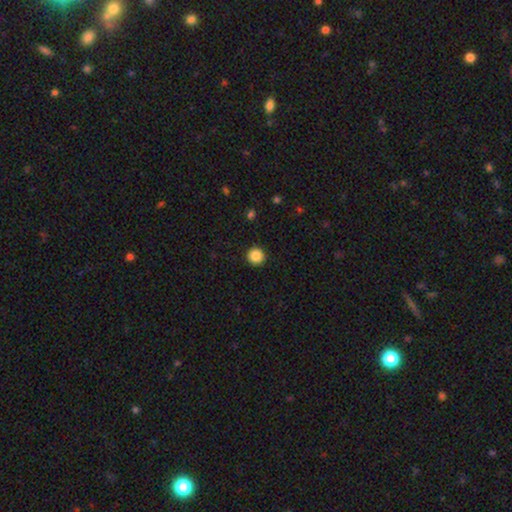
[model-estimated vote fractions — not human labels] smooth 87%, star or artifact 9%, featured or disk 4%. Down the decision tree: how rounded — round (95%); merging — none (93%).